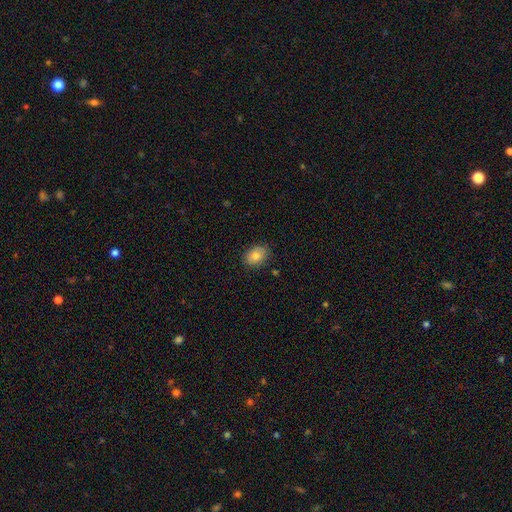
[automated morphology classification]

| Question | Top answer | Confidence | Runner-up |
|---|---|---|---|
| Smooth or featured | smooth | 82% | featured or disk (10%) |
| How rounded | in between | 74% | round (25%) |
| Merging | none | 86% | minor disturbance (11%) |